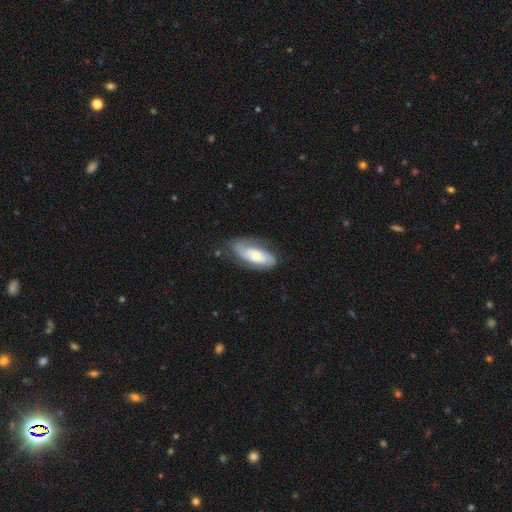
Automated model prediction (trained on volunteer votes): smooth-or-featured: featured or disk: 64% | smooth: 31% | star or artifact: 6%
  disk-edge-on: no: 89% | yes: 11%
    bar: no: 70% | weak: 22% | strong: 9%
    has-spiral-arms: yes: 81% | no: 19%
    bulge-size: moderate: 55% | small: 37% | large: 6% | none: 1% | dominant: 1%
  merging: none: 66% | minor disturbance: 23% | major disturbance: 9% | merger: 2%